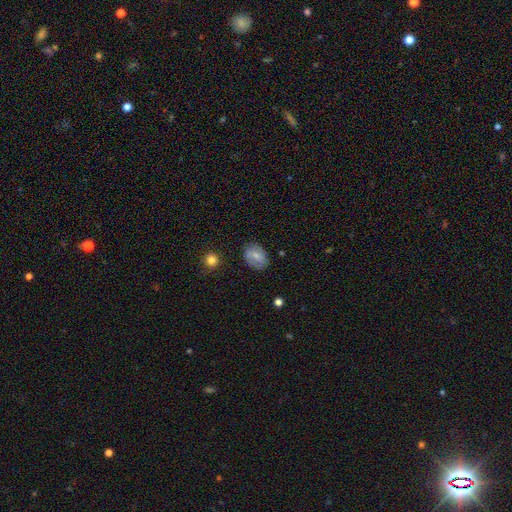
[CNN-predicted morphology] Smooth or featured? smooth (63%)
How rounded? in between (75%)
Merging? none (78%)